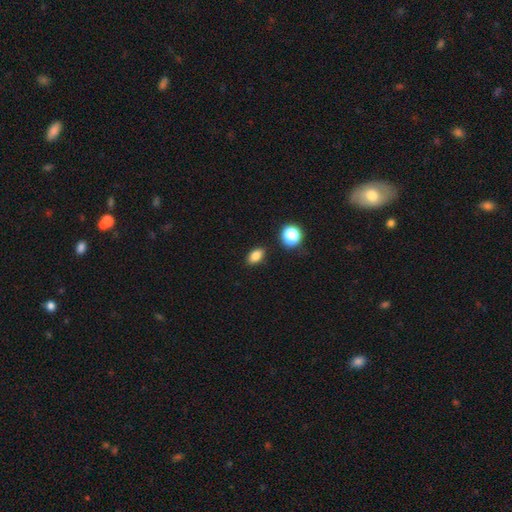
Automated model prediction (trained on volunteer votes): This appears to be a smooth galaxy with no disk features (83%) that is in between round and cigar-shaped (84%). Merging: none (87%).